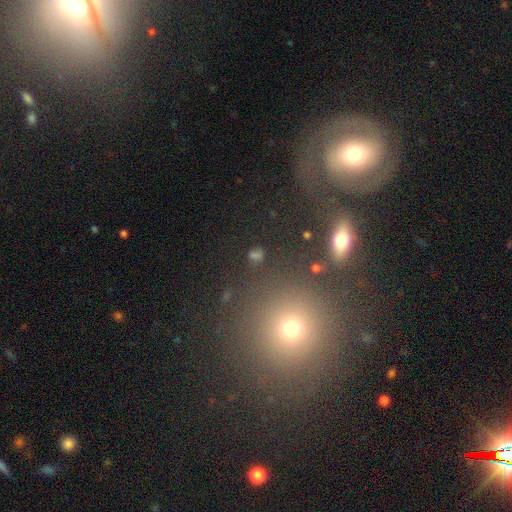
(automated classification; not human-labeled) A smooth galaxy with no disk features (60%) that is round (62%). Merging: none (79%).